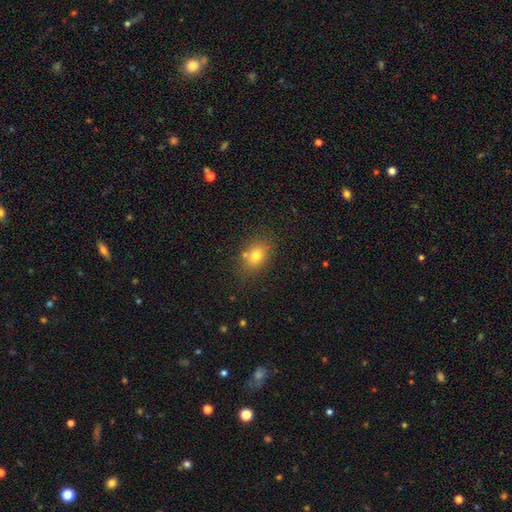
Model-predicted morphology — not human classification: A smooth galaxy with no disk features (75%) that is in between round and cigar-shaped (67%). Merging: none (74%).